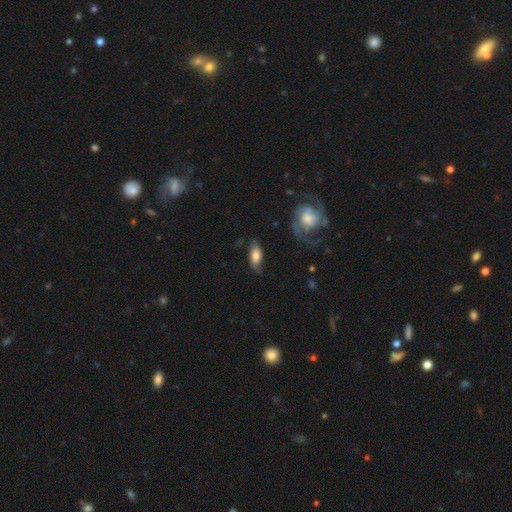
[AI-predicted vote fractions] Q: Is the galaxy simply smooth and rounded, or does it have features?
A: smooth — 75%.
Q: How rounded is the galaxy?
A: in between — 81%.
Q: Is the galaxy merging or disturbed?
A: none — 75%.